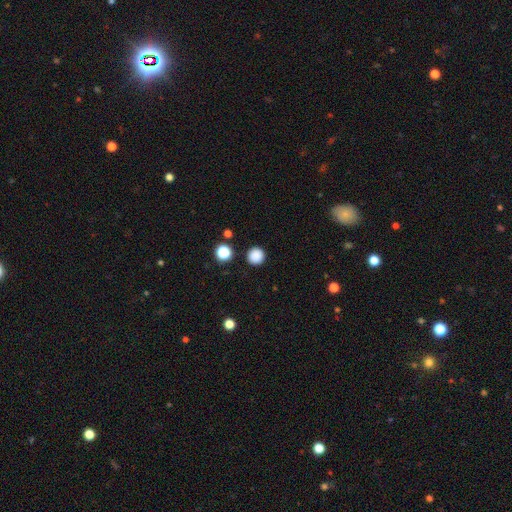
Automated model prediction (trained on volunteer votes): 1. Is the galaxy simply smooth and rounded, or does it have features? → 86% smooth, 11% star or artifact, 3% featured or disk.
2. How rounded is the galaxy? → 95% round, 4% in between, 1% cigar-shaped.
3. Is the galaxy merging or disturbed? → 91% none, 5% minor disturbance, 2% major disturbance, 2% merger.